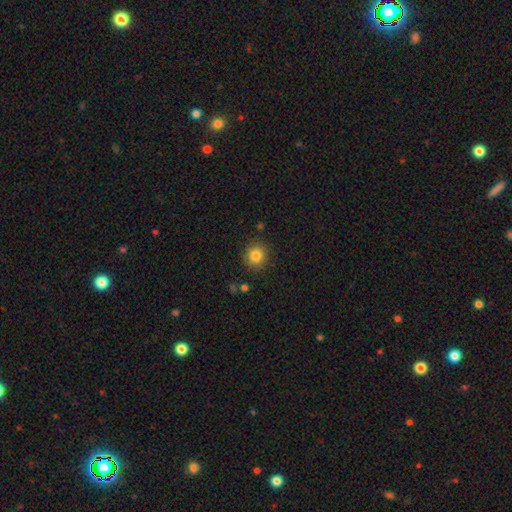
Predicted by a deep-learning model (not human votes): Smooth or featured? smooth (83%)
How rounded? round (89%)
Merging? none (88%)